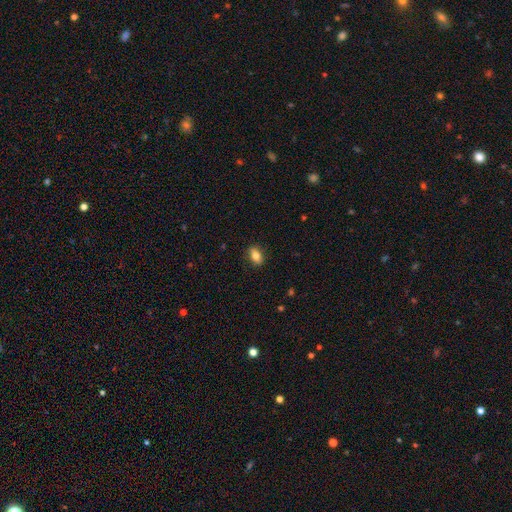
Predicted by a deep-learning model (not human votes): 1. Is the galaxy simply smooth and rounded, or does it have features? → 80% smooth, 12% featured or disk, 8% star or artifact.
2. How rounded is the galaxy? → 84% in between, 10% round, 6% cigar-shaped.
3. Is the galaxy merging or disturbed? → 86% none, 11% minor disturbance, 2% major disturbance, 1% merger.